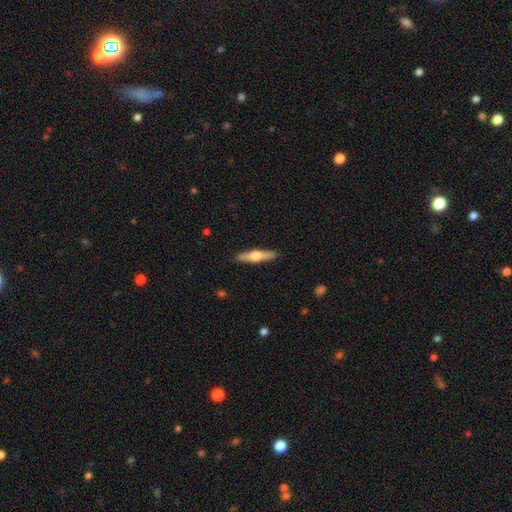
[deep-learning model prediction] This is possibly a featured or disk galaxy (59%). It is clearly viewed edge-on (96%). Edge-on bulge: clearly rounded (95%). Merging: clearly none (91%).